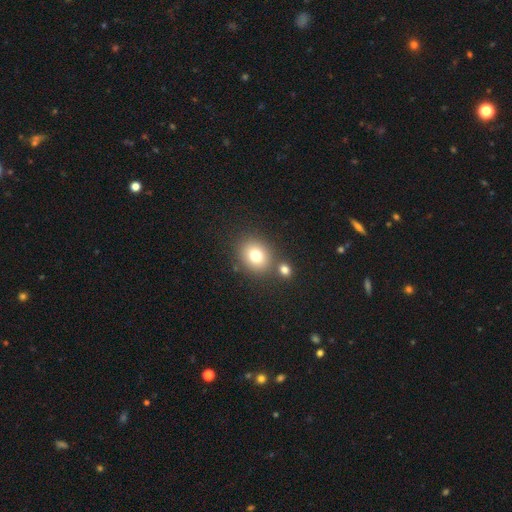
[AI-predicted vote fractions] This is likely a smooth galaxy (77%). How rounded: likely round (64%). Merging: likely none (73%).